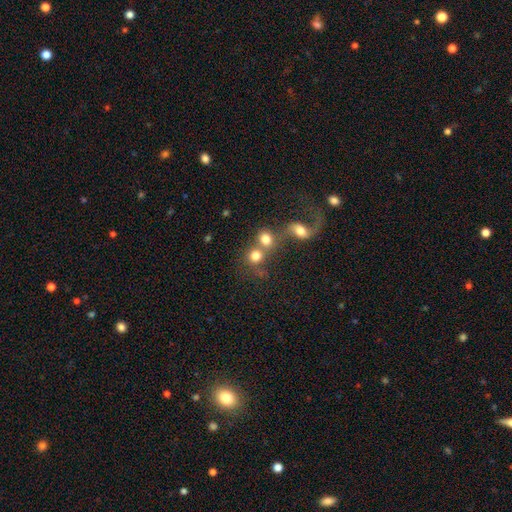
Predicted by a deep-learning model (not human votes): This appears to be a smooth galaxy with no disk features (75%) that is round (82%). Merging: merger (46%).